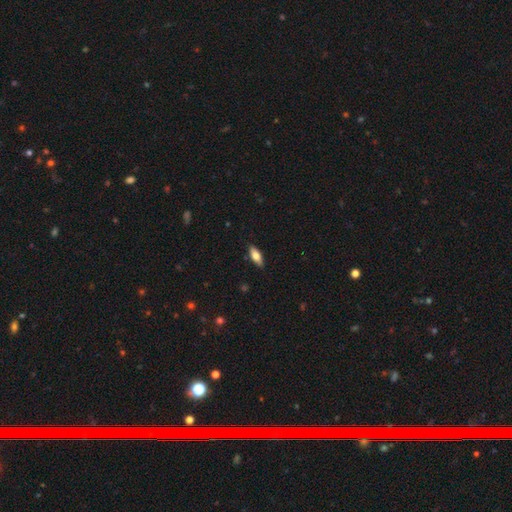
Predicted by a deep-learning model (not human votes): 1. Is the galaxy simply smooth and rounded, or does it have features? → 66% smooth, 28% featured or disk, 6% star or artifact.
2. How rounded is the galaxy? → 70% in between, 27% cigar-shaped, 3% round.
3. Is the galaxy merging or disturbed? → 88% none, 10% minor disturbance, 2% major disturbance, 1% merger.